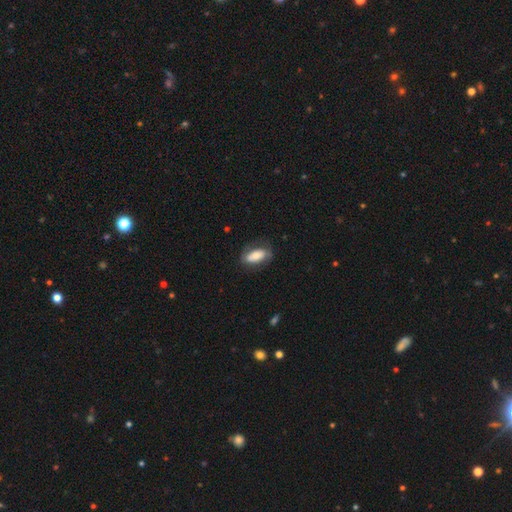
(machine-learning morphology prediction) The model was most divided on "smooth or featured": smooth: 66%, featured or disk: 28%, star or artifact: 6%. More confident: how rounded — in between (86%); merging — none (68%).